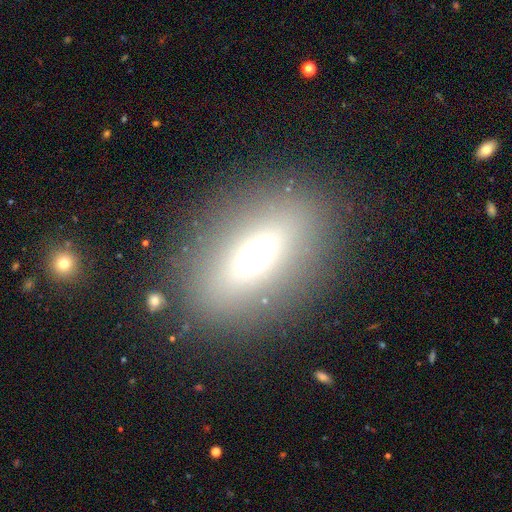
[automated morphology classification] This is possibly a smooth galaxy (60%). How rounded: likely in between (75%). Merging: clearly none (84%).